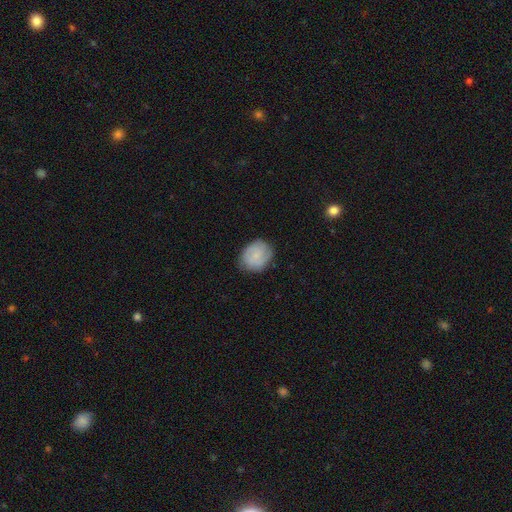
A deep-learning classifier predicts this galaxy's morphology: type=smooth (63%); roundness=round (58%); merging=none (76%).